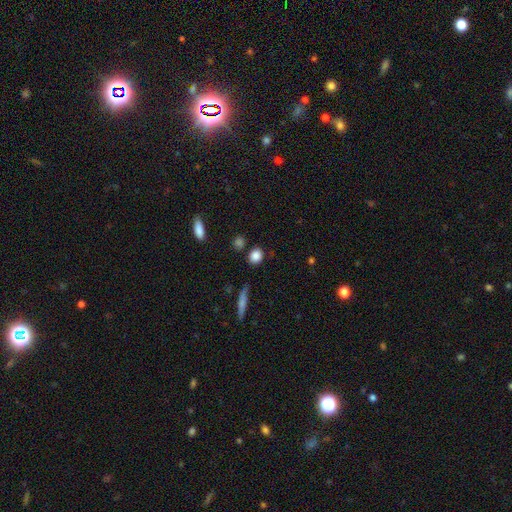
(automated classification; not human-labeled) The model was most divided on "how rounded": round: 76%, in between: 21%, cigar-shaped: 3%. More confident: smooth or featured — smooth (86%); merging — none (84%).